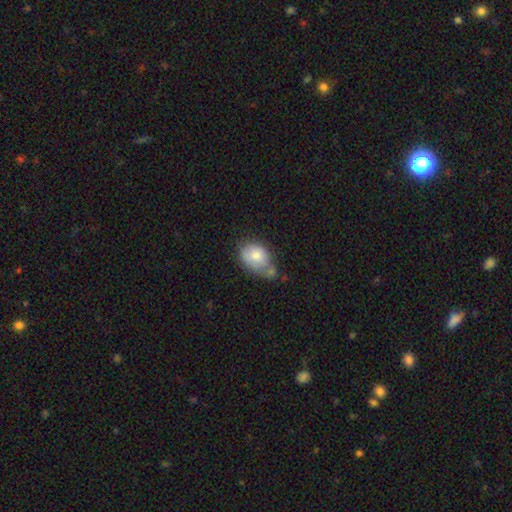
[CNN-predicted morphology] type=smooth (77%); roundness=in between (73%); merging=none (36%).